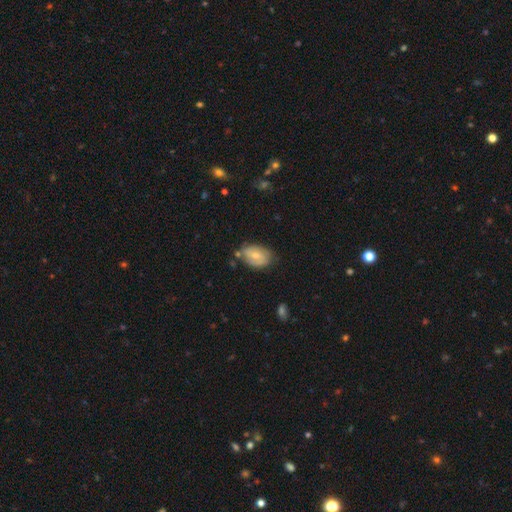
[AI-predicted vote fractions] Overall: featured or disk (50%; smooth 43%). Merging: none (62%; minor disturbance 26%).